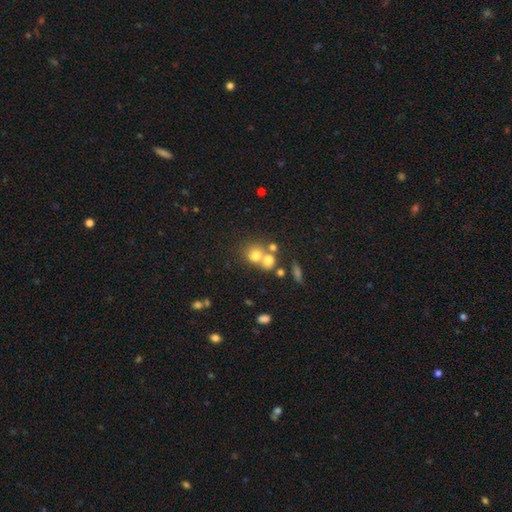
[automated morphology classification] type=smooth (69%); roundness=round (77%); merging=merger (51%).